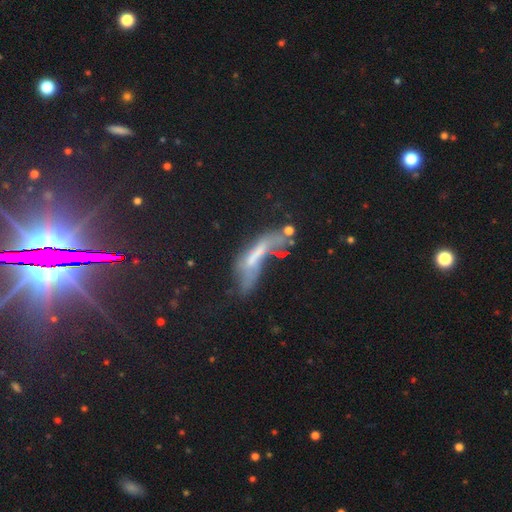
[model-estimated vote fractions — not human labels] Overall: featured or disk (43%; smooth 37%). Merging: major disturbance (39%; merger 25%).